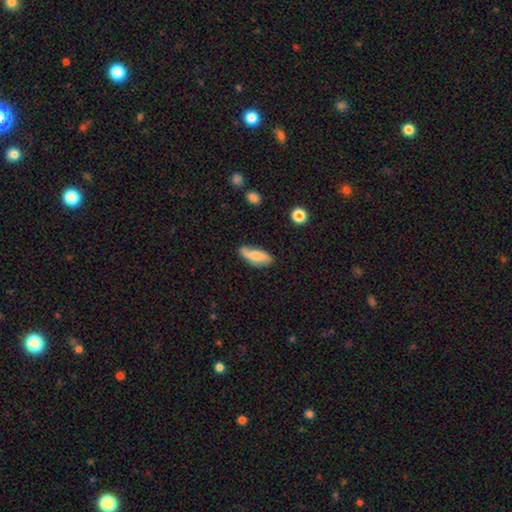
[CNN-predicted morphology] This appears to be a smooth galaxy with no disk features (55%) that is in between round and cigar-shaped (77%). Merging: none (63%).